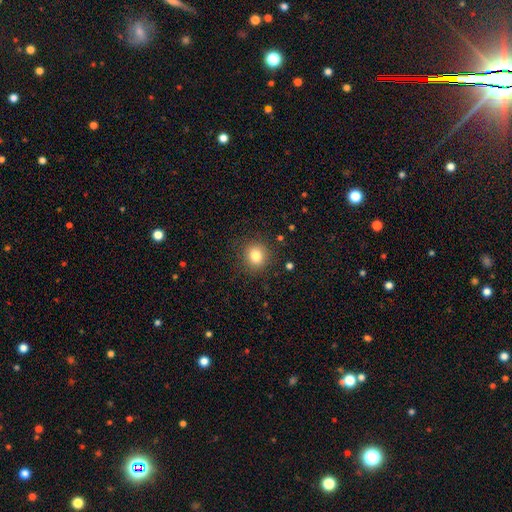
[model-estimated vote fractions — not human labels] Smooth or featured? Predicted: smooth (p=0.82). How rounded? Predicted: round (p=0.84). Merging? Predicted: none (p=0.88).